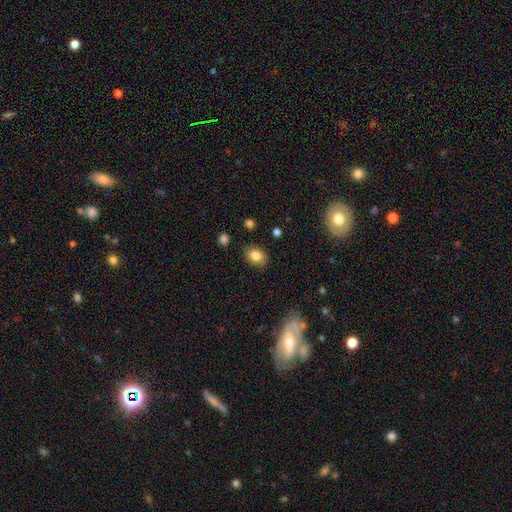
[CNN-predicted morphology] The model was most divided on "how rounded": in between: 66%, round: 33%, cigar-shaped: 1%. More confident: merging — none (87%); smooth or featured — smooth (83%).